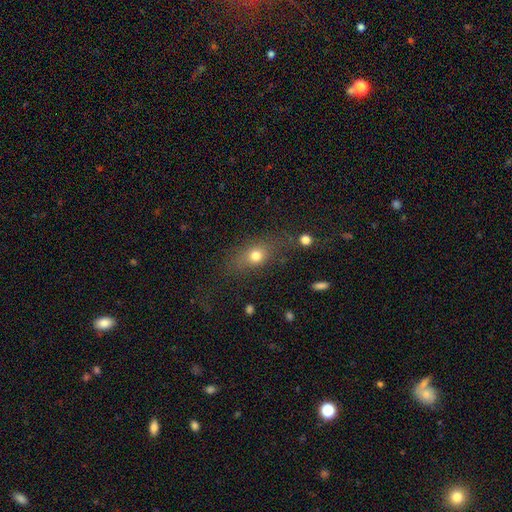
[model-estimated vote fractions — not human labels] This appears to be a smooth galaxy with no disk features (73%) that is in between round and cigar-shaped (54%). Merging: none (68%).